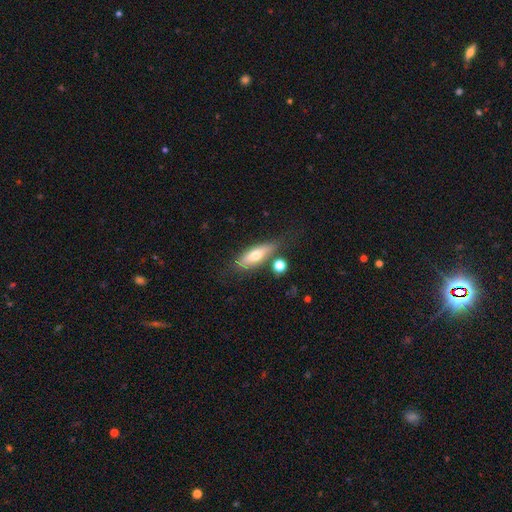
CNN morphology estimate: Overall: smooth (61%; featured or disk 32%). How rounded: in between (57%; cigar-shaped 40%). Merging: none (66%).